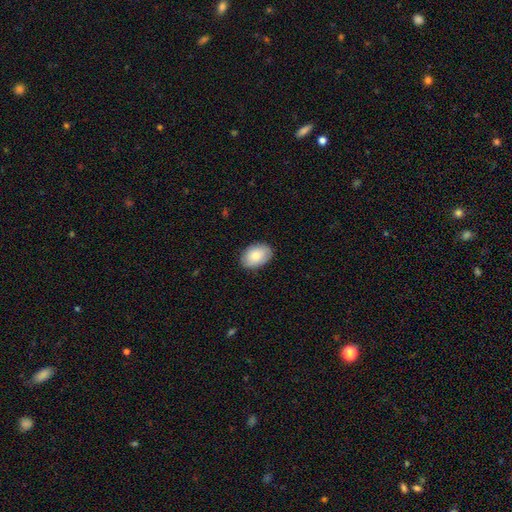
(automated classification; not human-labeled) The model was most divided on "how rounded": in between: 85%, round: 14%, cigar-shaped: 1%. More confident: merging — none (86%); smooth or featured — smooth (83%).